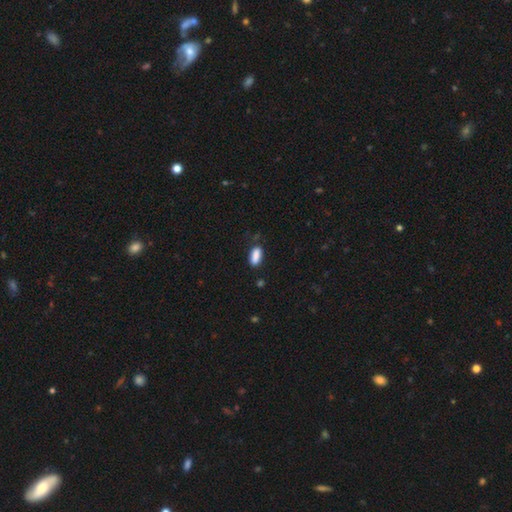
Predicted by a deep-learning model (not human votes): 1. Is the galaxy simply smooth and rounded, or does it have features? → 88% smooth, 8% star or artifact, 5% featured or disk.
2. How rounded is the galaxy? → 78% in between, 19% cigar-shaped, 3% round.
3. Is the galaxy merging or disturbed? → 76% none, 18% minor disturbance, 4% major disturbance, 2% merger.